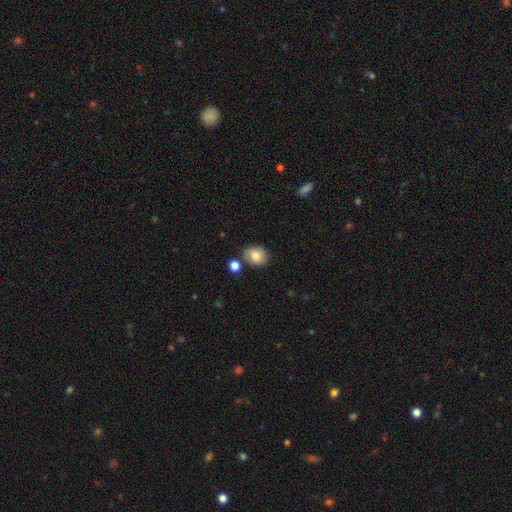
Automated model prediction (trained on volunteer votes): This appears to be a smooth galaxy with no disk features (84%) that is round (50%). Merging: none (74%).